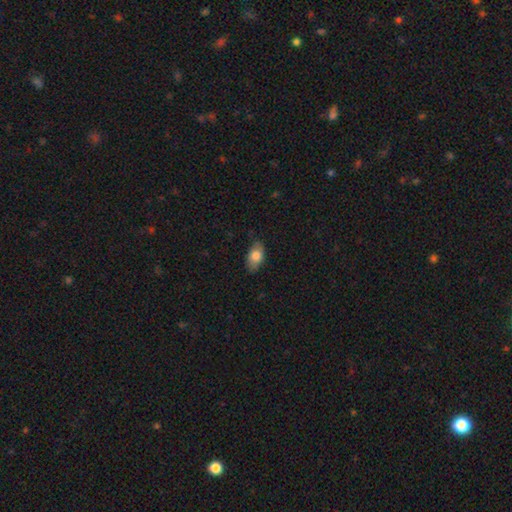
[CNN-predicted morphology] The model was most divided on "merging": none: 78%, minor disturbance: 18%, major disturbance: 3%, merger: 1%. More confident: how rounded — in between (90%); smooth or featured — smooth (80%).